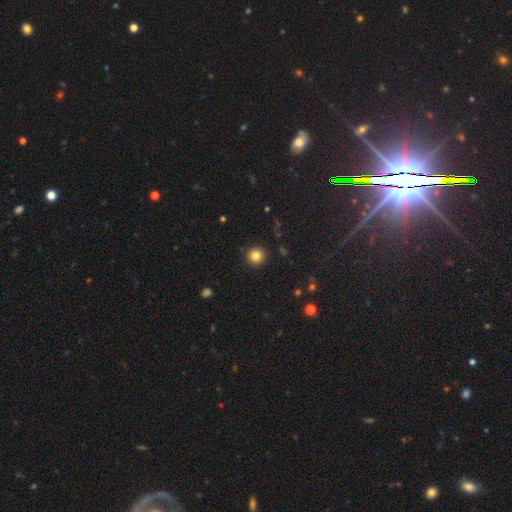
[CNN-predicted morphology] The model was most divided on "smooth or featured": smooth: 83%, star or artifact: 12%, featured or disk: 6%. More confident: how rounded — round (95%); merging — none (92%).